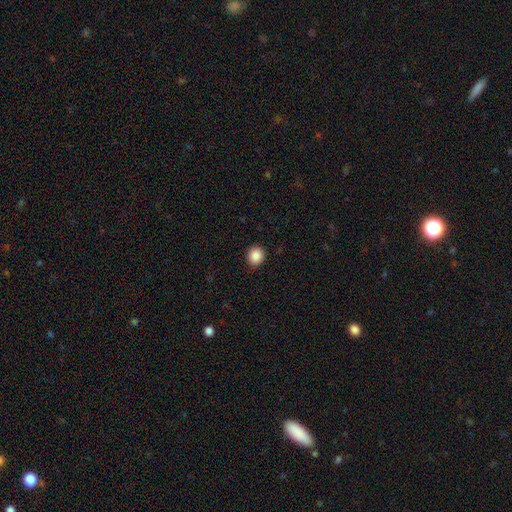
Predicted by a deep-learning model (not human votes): Morphology: type=smooth (88%); roundness=round (86%); merging=none (91%).